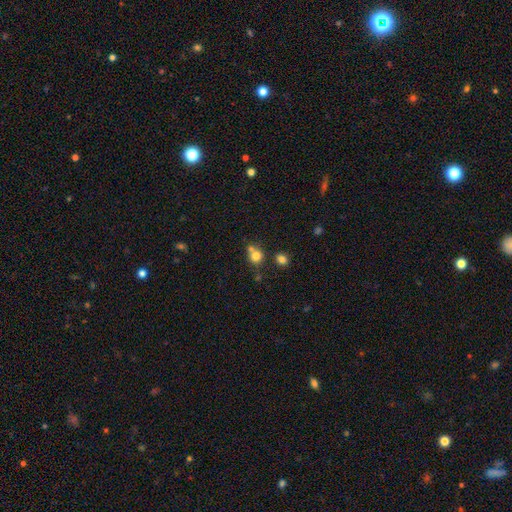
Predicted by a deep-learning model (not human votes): Smooth or featured? Predicted: smooth (p=0.77). How rounded? Predicted: round (p=0.82). Merging? Predicted: none (p=0.51).